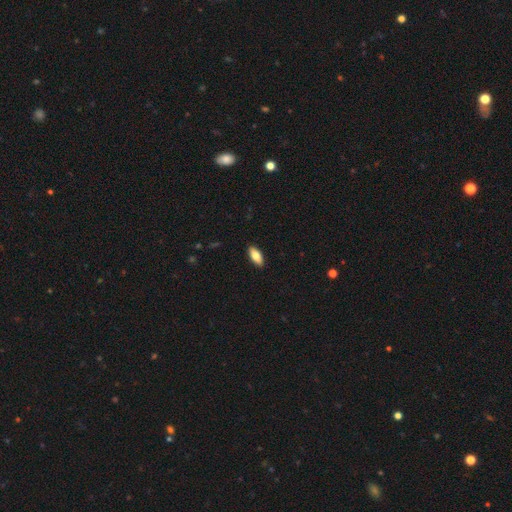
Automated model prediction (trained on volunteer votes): Smooth or featured?
  - smooth: 81% *
  - featured or disk: 13%
  - star or artifact: 6%
How rounded?
  - in between: 85% *
  - cigar-shaped: 13%
  - round: 2%
Merging?
  - none: 90% *
  - minor disturbance: 7%
  - major disturbance: 2%
  - merger: 1%